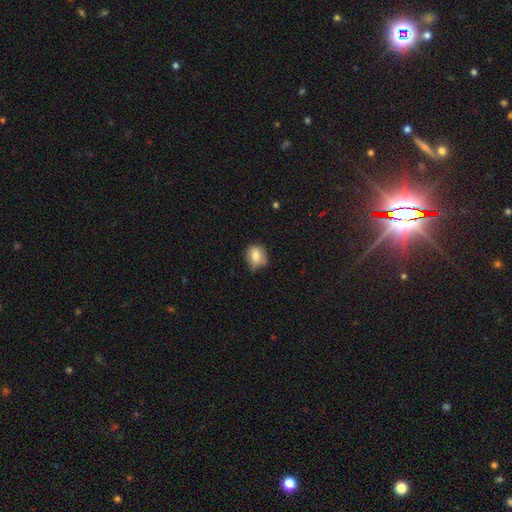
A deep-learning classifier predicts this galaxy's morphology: A smooth galaxy with no disk features (78%) that is round (55%). Merging: none (59%).